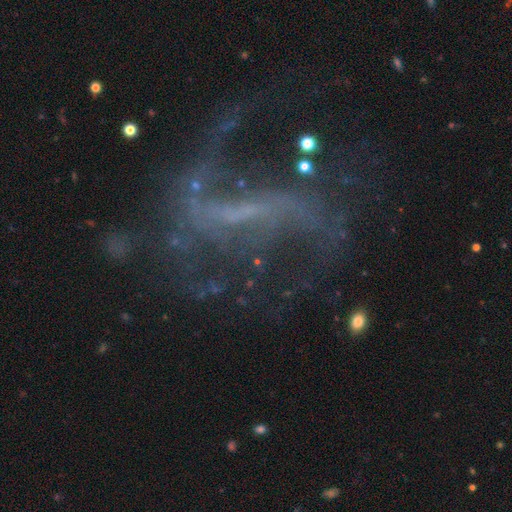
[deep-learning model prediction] Smooth or featured? featured or disk (83%)
Edge-on disk? no (96%)
Bar? strong (45%)
Spiral arms? yes (87%)
Spiral winding? loose (70%)
Spiral arm count? 2 (68%)
Bulge size? none (51%)
Merging? none (52%)